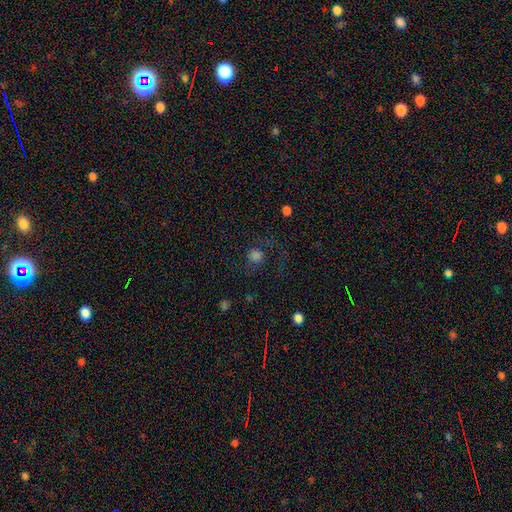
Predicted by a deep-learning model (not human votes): Q: Smooth or featured?
A: smooth (67%); runner-up: star or artifact (22%)
Q: How rounded?
A: round (90%); runner-up: in between (9%)
Q: Merging?
A: none (65%); runner-up: major disturbance (18%)